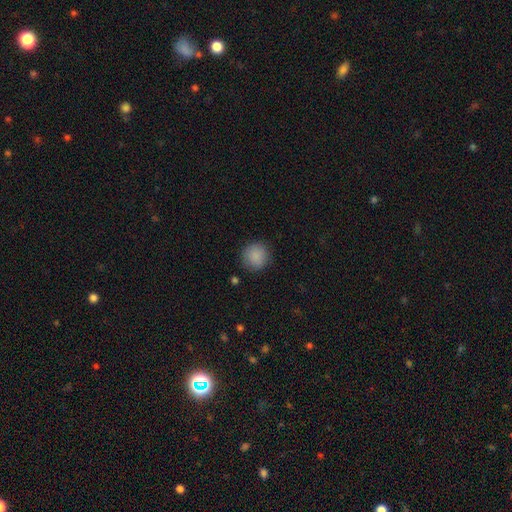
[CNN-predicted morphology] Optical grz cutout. It shows a smooth galaxy with no disk features (88%) that is round (93%). Merging: none (87%).